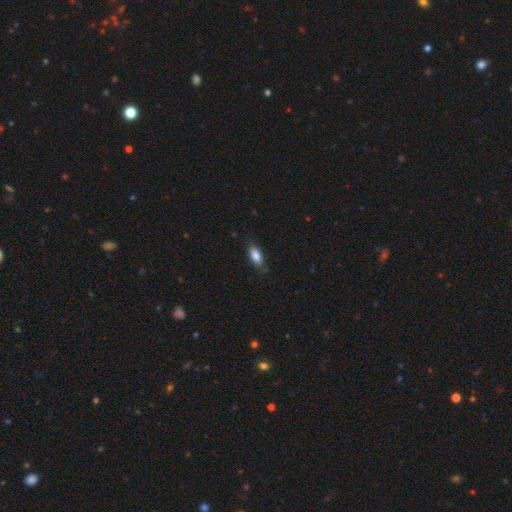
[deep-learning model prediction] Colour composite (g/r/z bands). It shows a smooth galaxy with no disk features (82%) that is in between round and cigar-shaped (78%). Merging: none (79%).